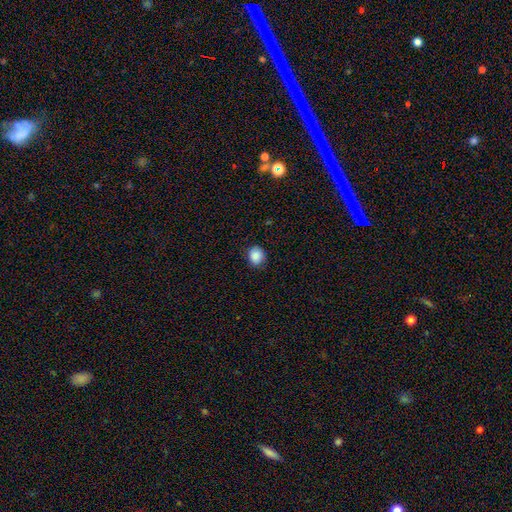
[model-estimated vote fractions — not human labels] This appears to be a smooth galaxy with no disk features (87%) that is round (69%). Merging: none (80%).